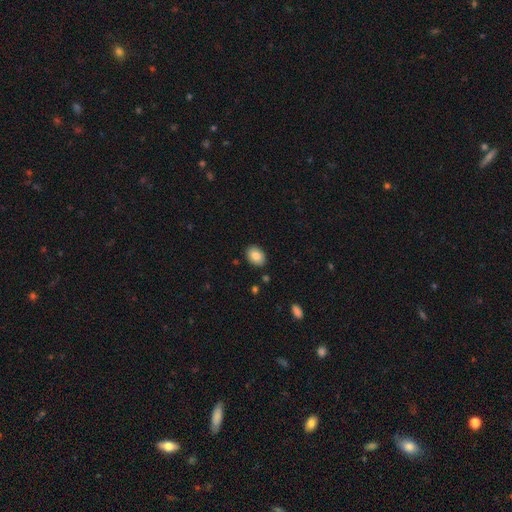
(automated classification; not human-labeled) smooth-or-featured: smooth: 84% | featured or disk: 9% | star or artifact: 7%
  how-rounded: in between: 77% | round: 22% | cigar-shaped: 1%
  merging: none: 88% | minor disturbance: 8% | major disturbance: 2% | merger: 1%